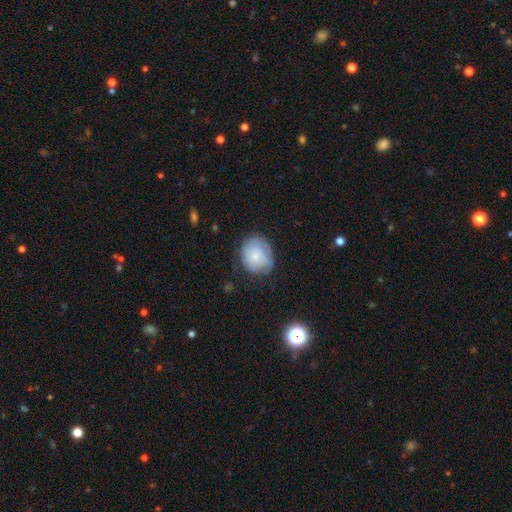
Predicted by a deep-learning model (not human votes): Smooth or featured: smooth — 62% (featured or disk — 30%)
How rounded: round — 76% (in between — 23%)
Merging: none — 62% (minor disturbance — 27%)